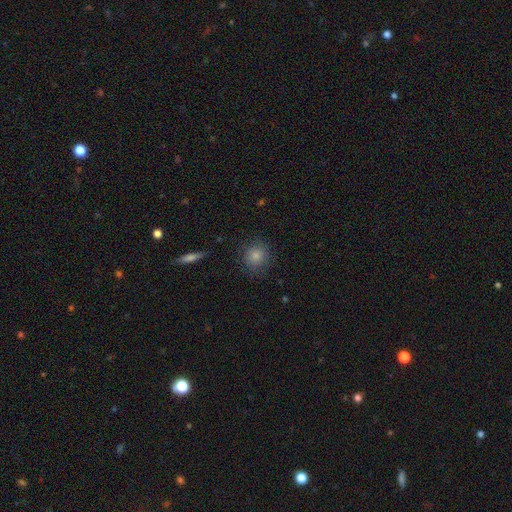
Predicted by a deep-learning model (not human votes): Morphology: type=smooth (84%); roundness=round (87%); merging=none (84%).